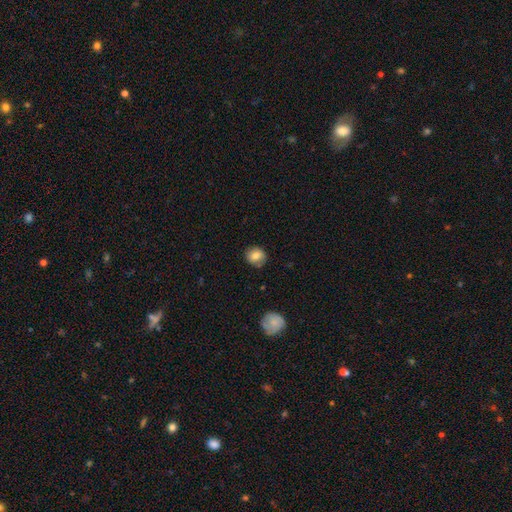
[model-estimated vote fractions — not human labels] A smooth galaxy with no disk features (79%) that is round (79%). Merging: none (82%).